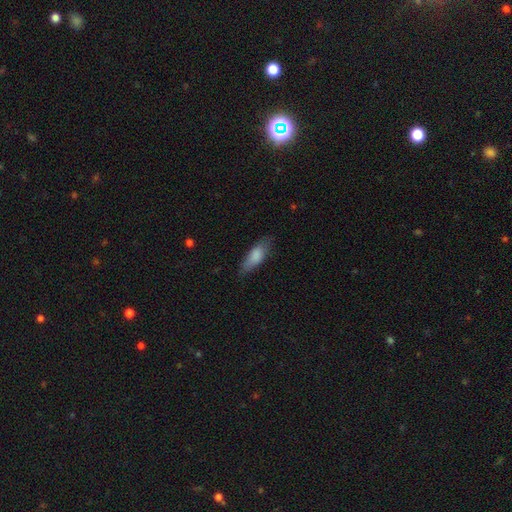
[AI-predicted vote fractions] Q: Smooth or featured?
A: smooth (81%); runner-up: featured or disk (13%)
Q: How rounded?
A: in between (65%); runner-up: cigar-shaped (33%)
Q: Merging?
A: none (70%); runner-up: minor disturbance (23%)